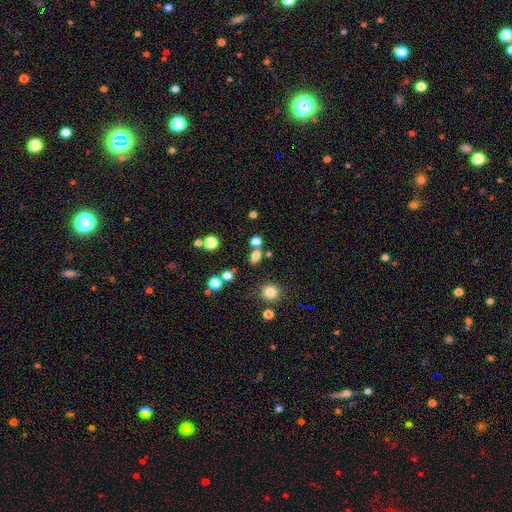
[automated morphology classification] Smooth or featured? smooth (75%)
How rounded? in between (70%)
Merging? none (66%)